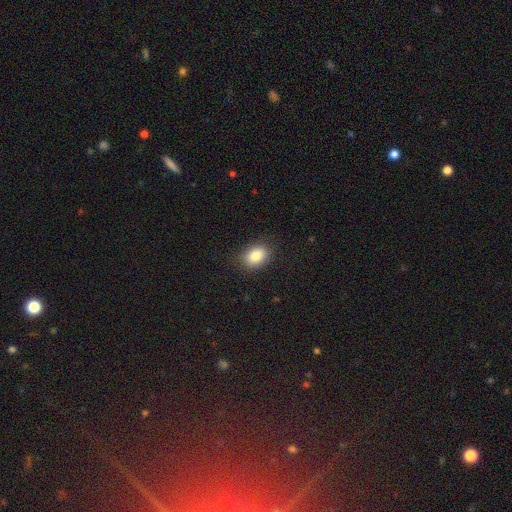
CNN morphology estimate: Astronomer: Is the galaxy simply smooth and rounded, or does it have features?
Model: smooth — 85%.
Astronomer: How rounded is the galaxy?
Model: in between — 78%.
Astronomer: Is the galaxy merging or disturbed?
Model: none — 86%.